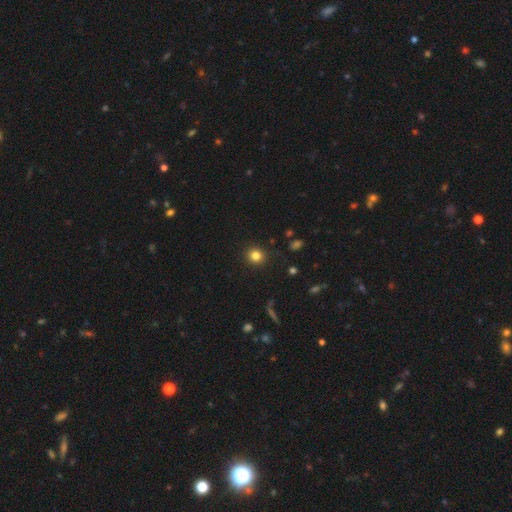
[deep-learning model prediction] smooth-or-featured: smooth: 82% | star or artifact: 12% | featured or disk: 6%
  how-rounded: round: 90% | in between: 9% | cigar-shaped: 1%
  merging: none: 90% | minor disturbance: 7% | major disturbance: 2% | merger: 1%